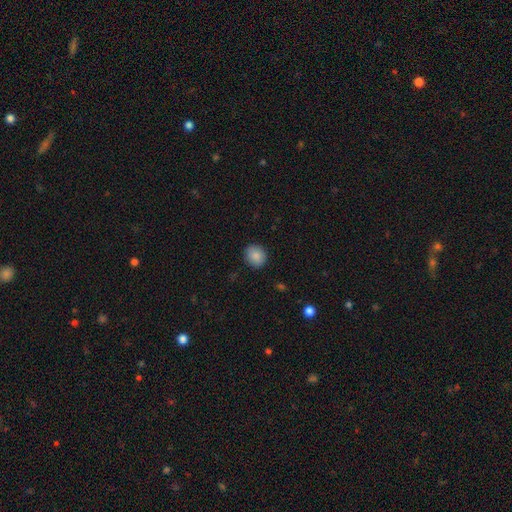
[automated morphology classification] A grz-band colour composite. It shows a smooth galaxy with no disk features (87%) that is round (77%). Merging: none (90%).